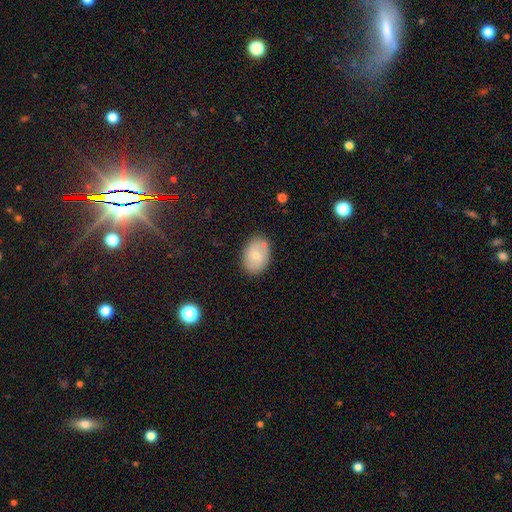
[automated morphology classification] Smooth or featured?
  - smooth: 71% *
  - featured or disk: 22%
  - star or artifact: 7%
How rounded?
  - in between: 79% *
  - round: 20%
  - cigar-shaped: 1%
Merging?
  - none: 80% *
  - minor disturbance: 13%
  - merger: 3%
  - major disturbance: 3%